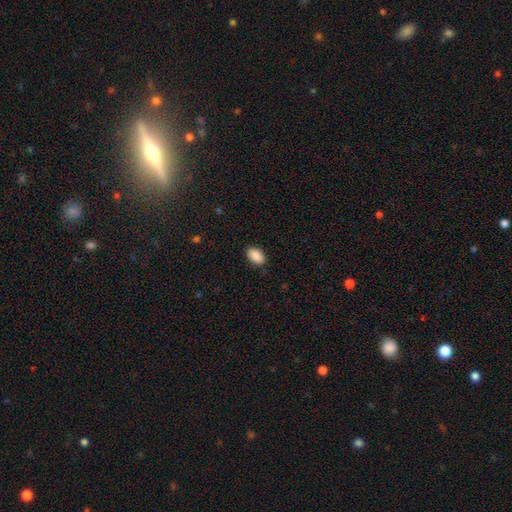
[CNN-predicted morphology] Q: Smooth or featured?
A: smooth (89%); runner-up: star or artifact (7%)
Q: How rounded?
A: in between (91%); runner-up: round (8%)
Q: Merging?
A: none (88%); runner-up: minor disturbance (9%)